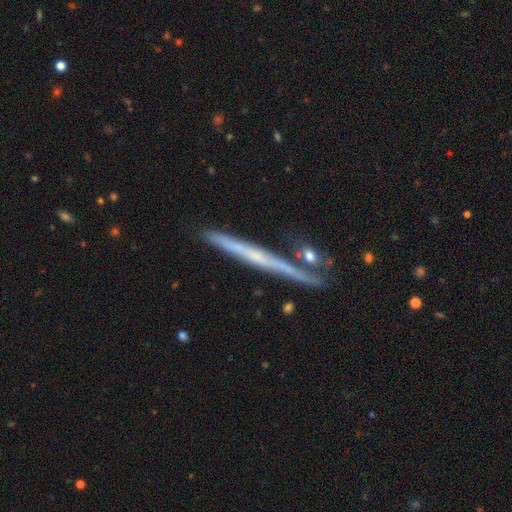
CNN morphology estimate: Q: Smooth or featured?
A: featured or disk (67%); runner-up: smooth (26%)
Q: Edge-on disk?
A: yes (97%); runner-up: no (3%)
Q: Edge-on bulge?
A: none (67%); runner-up: rounded (28%)
Q: Merging?
A: none (83%); runner-up: minor disturbance (9%)